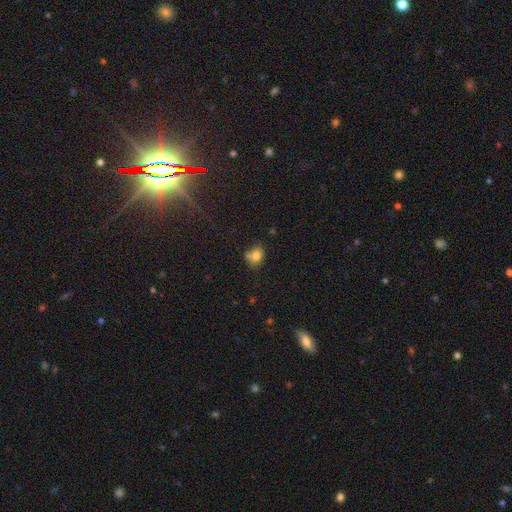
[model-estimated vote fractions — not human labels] smooth-or-featured: smooth: 77% | star or artifact: 12% | featured or disk: 11%
  how-rounded: round: 53% | in between: 46% | cigar-shaped: 1%
  merging: none: 60% | merger: 20% | minor disturbance: 16% | major disturbance: 4%